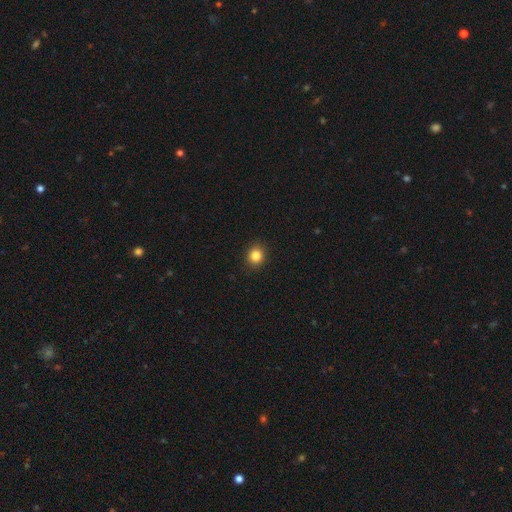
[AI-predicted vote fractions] This is clearly a smooth galaxy (84%). How rounded: clearly round (82%). Merging: clearly none (91%).